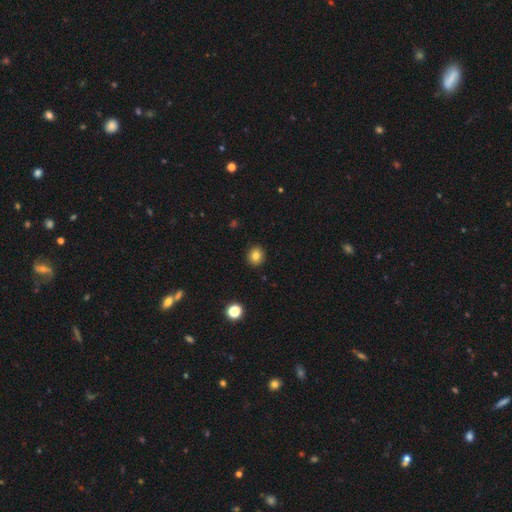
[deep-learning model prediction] Smooth or featured? smooth (82%)
How rounded? round (84%)
Merging? none (91%)